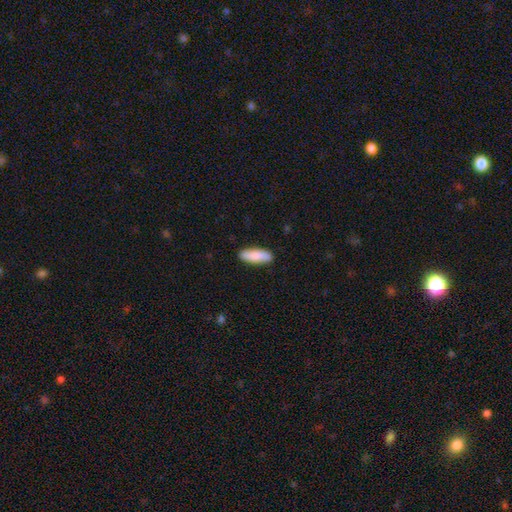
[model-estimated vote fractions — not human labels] A smooth galaxy with no disk features (87%) that is in between round and cigar-shaped (56%). Merging: none (88%).